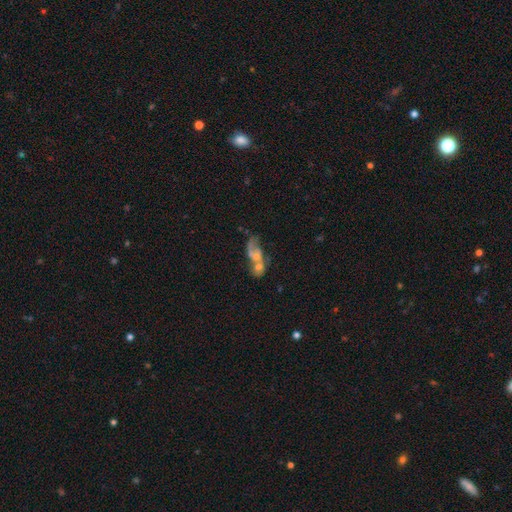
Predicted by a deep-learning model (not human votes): A featured or disk galaxy (54%) with no bar (76%), no spiral arms (51%) and a small central bulge (38%).

Vote fractions:
- Smooth or featured? featured or disk: 54% / smooth: 33% / star or artifact: 13%
- Edge-on disk? no: 94% / yes: 6%
- Bar? no: 76% / weak: 19% / strong: 5%
- Spiral arms? no: 51% / yes: 49%
- Bulge size? small: 38% / moderate: 33% / none: 21% / large: 5% / dominant: 2%
- Merging? merger: 58% / none: 17% / major disturbance: 16% / minor disturbance: 9%